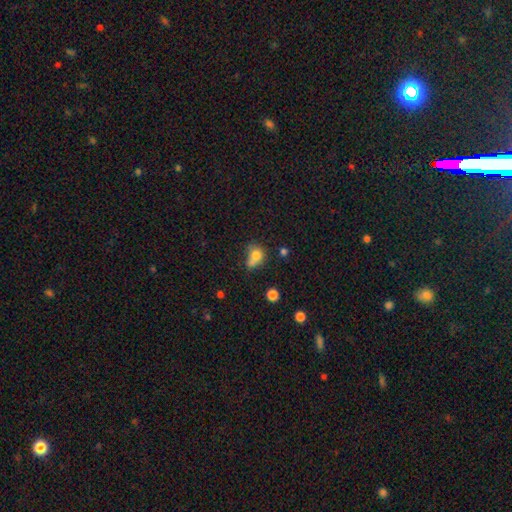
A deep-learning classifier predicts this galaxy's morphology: Smooth or featured?
  - smooth: 75% *
  - featured or disk: 12%
  - star or artifact: 12%
How rounded?
  - round: 59% *
  - in between: 39%
  - cigar-shaped: 1%
Merging?
  - none: 34% *
  - merger: 33%
  - minor disturbance: 21%
  - major disturbance: 12%